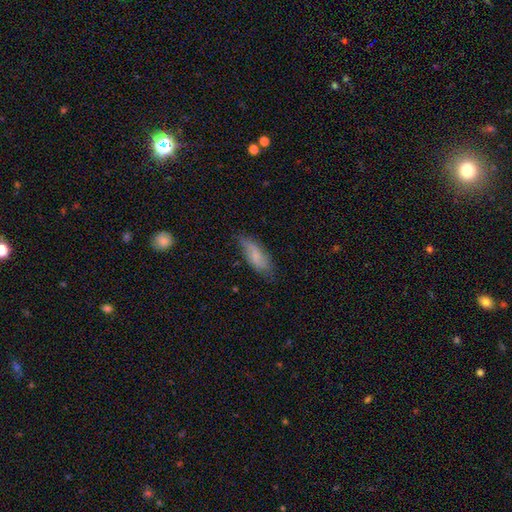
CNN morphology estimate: The model was most divided on "smooth or featured": smooth: 62%, featured or disk: 31%, star or artifact: 7%. More confident: how rounded — in between (69%); merging — none (67%).